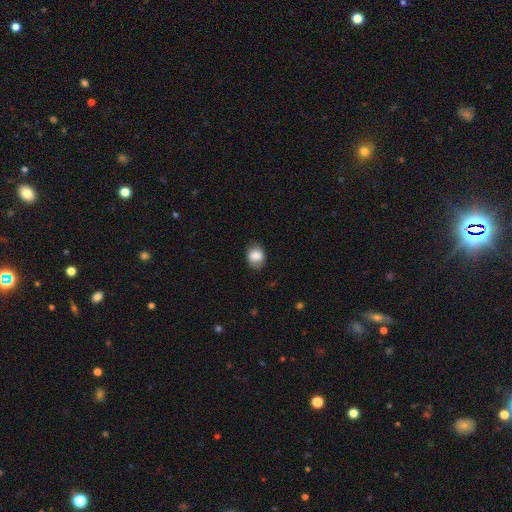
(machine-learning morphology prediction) Smooth or featured: smooth — 82% (featured or disk — 10%)
How rounded: in between — 53% (round — 46%)
Merging: none — 79% (minor disturbance — 16%)